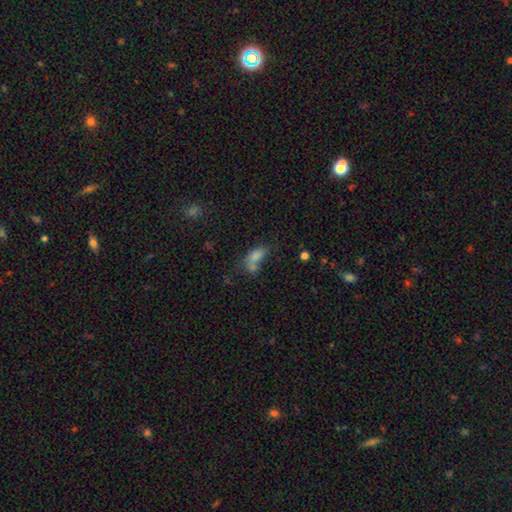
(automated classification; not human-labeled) This appears to be a smooth galaxy with no disk features (74%) that is in between round and cigar-shaped (82%). Merging: merger (43%).